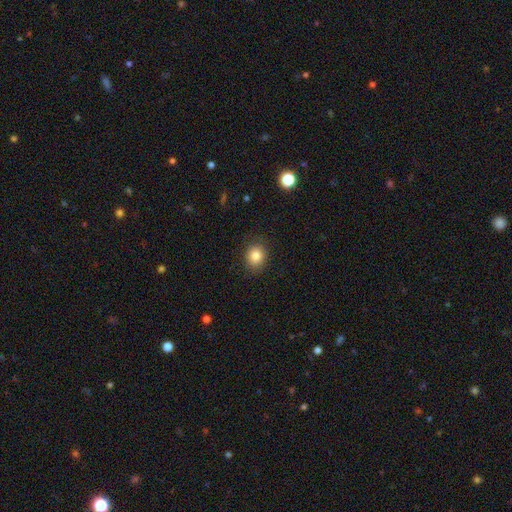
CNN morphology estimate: This is clearly a smooth galaxy (84%). How rounded: likely round (68%). Merging: clearly none (86%).